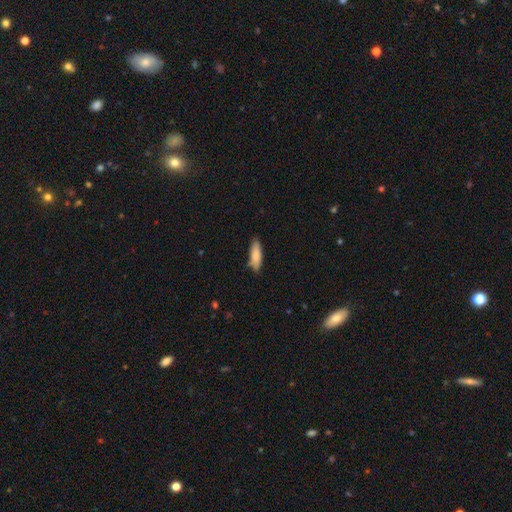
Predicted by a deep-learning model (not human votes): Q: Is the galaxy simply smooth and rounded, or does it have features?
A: smooth — 85%.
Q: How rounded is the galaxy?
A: cigar-shaped — 50%.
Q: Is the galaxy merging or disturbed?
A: none — 80%.